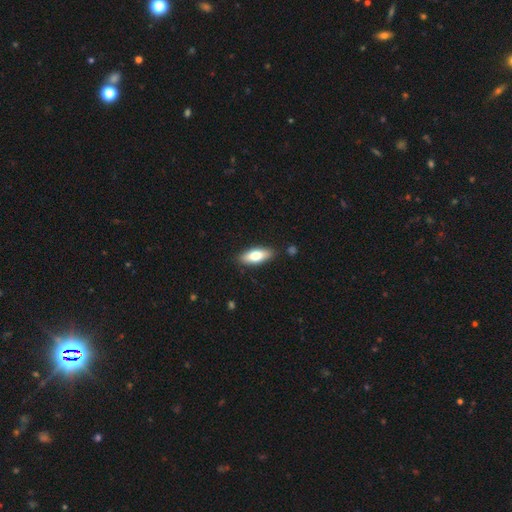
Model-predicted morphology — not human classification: Smooth or featured? smooth (74%)
How rounded? in between (75%)
Merging? none (86%)